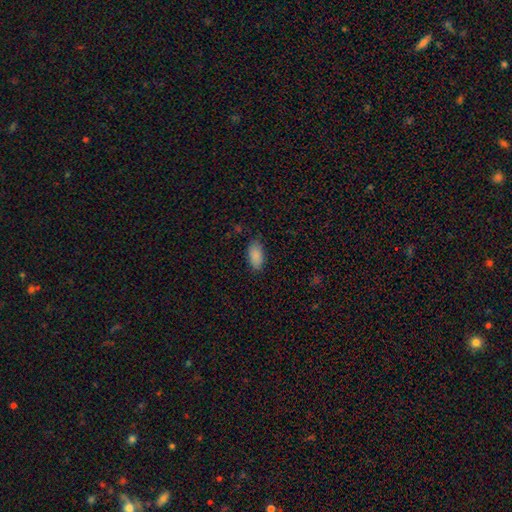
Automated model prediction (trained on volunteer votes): Smooth or featured? smooth (88%)
How rounded? in between (93%)
Merging? none (82%)